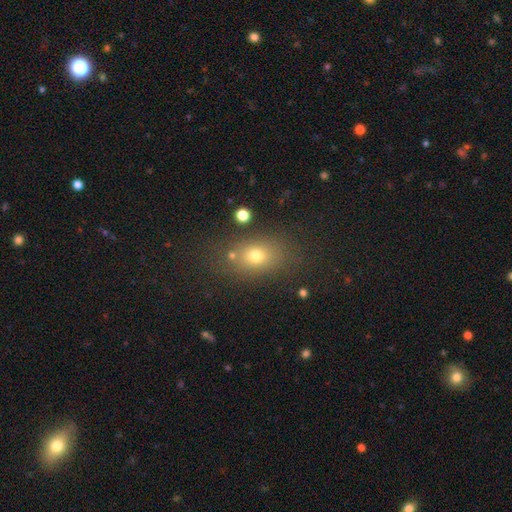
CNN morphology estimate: A smooth galaxy with no disk features (70%) that is in between round and cigar-shaped (66%). Merging: none (75%).